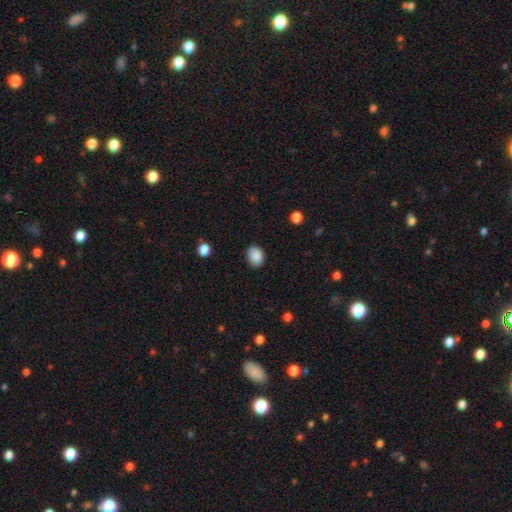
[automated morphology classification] type=smooth (89%); roundness=in between (58%); merging=none (86%).